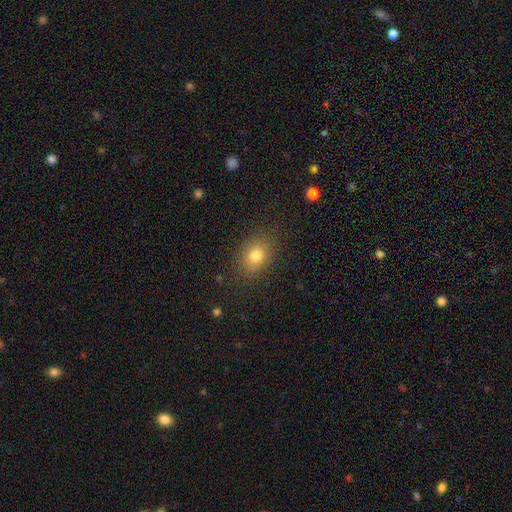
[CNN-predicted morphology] This is likely a smooth galaxy (79%). How rounded: likely in between (61%). Merging: clearly none (84%).